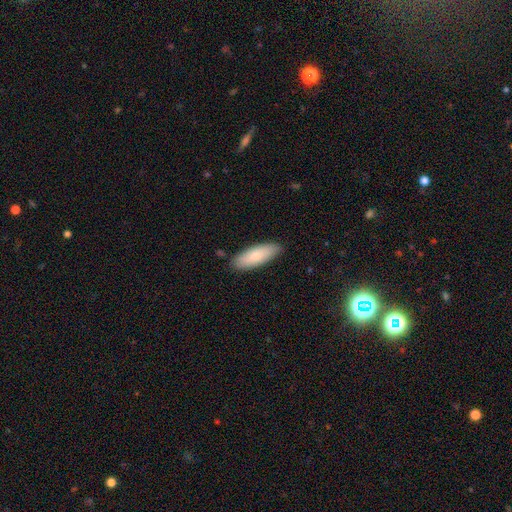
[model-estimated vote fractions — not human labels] Smooth or featured: smooth — 78% (featured or disk — 16%)
How rounded: in between — 68% (cigar-shaped — 31%)
Merging: none — 86% (minor disturbance — 11%)